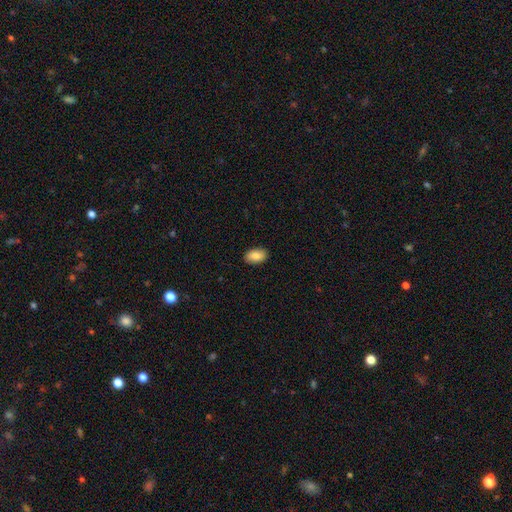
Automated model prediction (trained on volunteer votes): Morphology: type=smooth (85%); roundness=in between (93%); merging=none (89%).